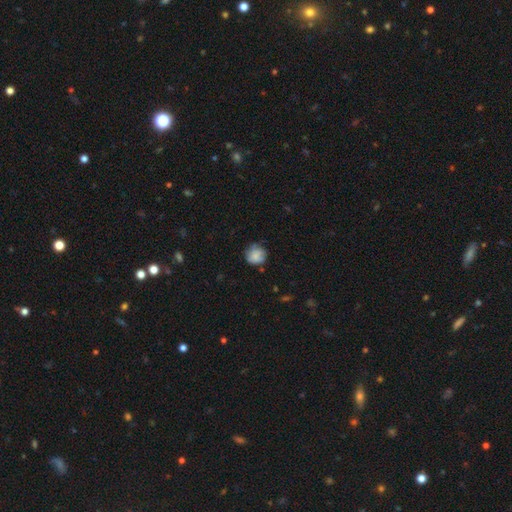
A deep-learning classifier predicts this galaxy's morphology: Overall: smooth (75%). How rounded: round (85%). Merging: none (64%; minor disturbance 27%).